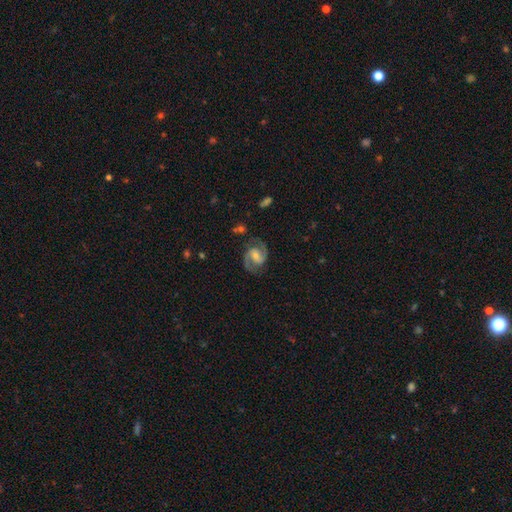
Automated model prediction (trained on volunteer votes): smooth-or-featured: featured or disk: 89% | smooth: 6% | star or artifact: 5%
  disk-edge-on: no: 98% | yes: 2%
    bar: weak: 49% | no: 27% | strong: 24%
    has-spiral-arms: yes: 98% | no: 2%
      spiral-winding: medium: 61% | tight: 24% | loose: 15%
      spiral-arm-count: 2: 94% | can't tell: 2% | 3: 1% | 1: 1% | 4: 1% | more than 4: 1%
    bulge-size: small: 44% | moderate: 43% | none: 7% | large: 5% | dominant: 1%
  merging: none: 81% | minor disturbance: 12% | major disturbance: 5% | merger: 2%